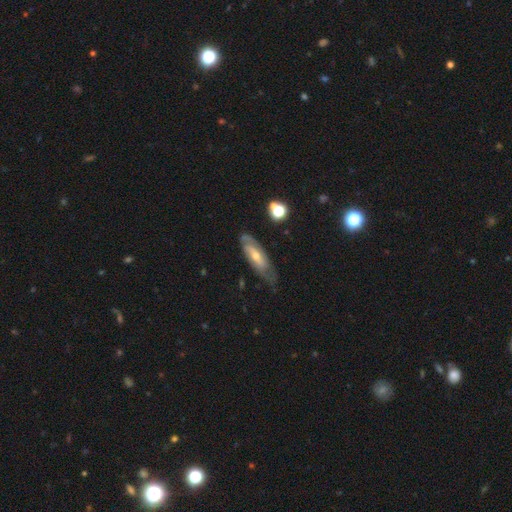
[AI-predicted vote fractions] A featured or disk galaxy (70%) with no bar (47%), spiral arms (80%) and a moderate central bulge (48%). Merging: none (65%).